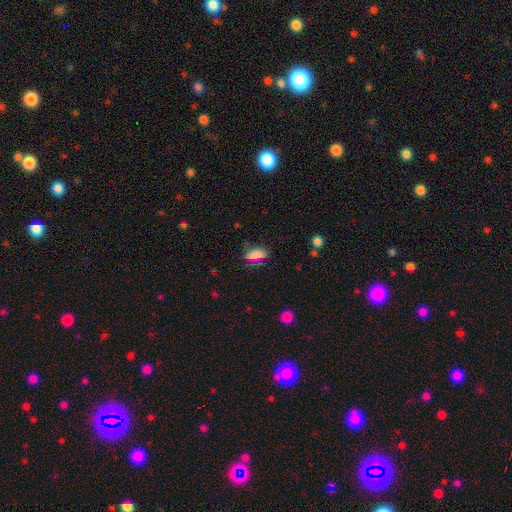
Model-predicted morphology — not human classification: A smooth galaxy with no disk features (79%) that is in between round and cigar-shaped (75%). Merging: none (68%).